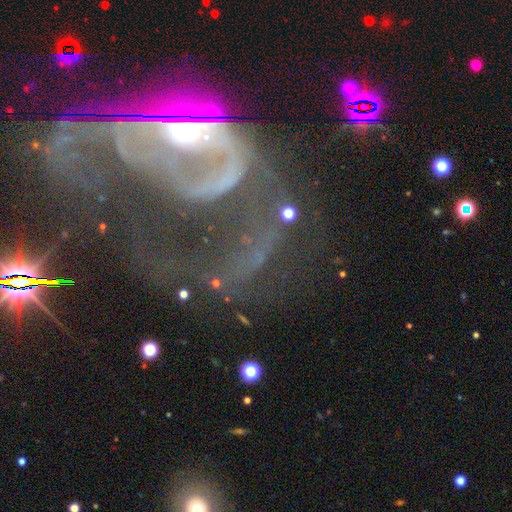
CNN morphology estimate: A featured or disk galaxy (70%) with no bar (43%), spiral arms (62%) and a moderate central bulge (56%). Merging: major disturbance (45%).